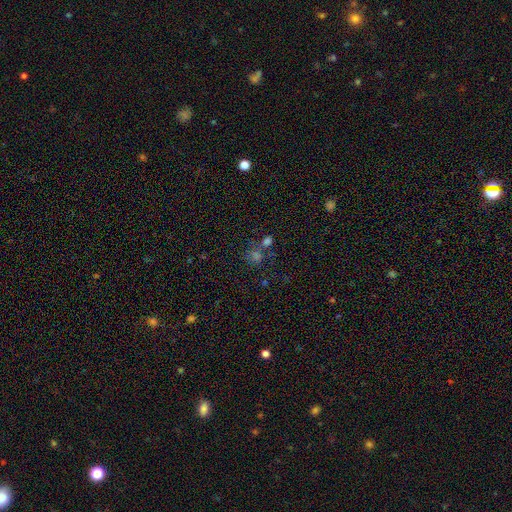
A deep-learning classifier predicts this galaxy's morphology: Smooth or featured: smooth — 50% (star or artifact — 38%)
How rounded: round — 80% (in between — 19%)
Merging: none — 57% (merger — 26%)